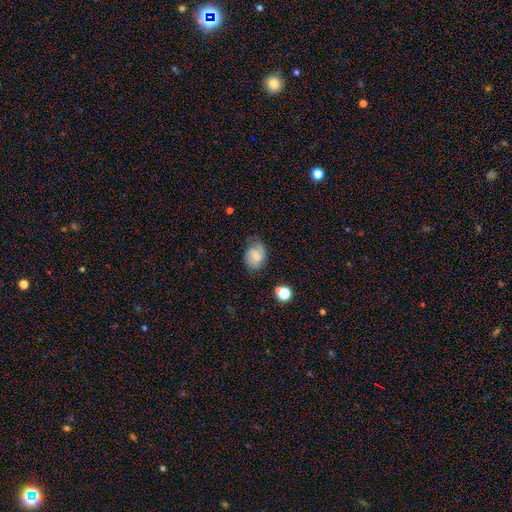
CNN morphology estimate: Smooth or featured: smooth — 64% (featured or disk — 26%)
How rounded: in between — 65% (round — 34%)
Merging: none — 62% (minor disturbance — 27%)